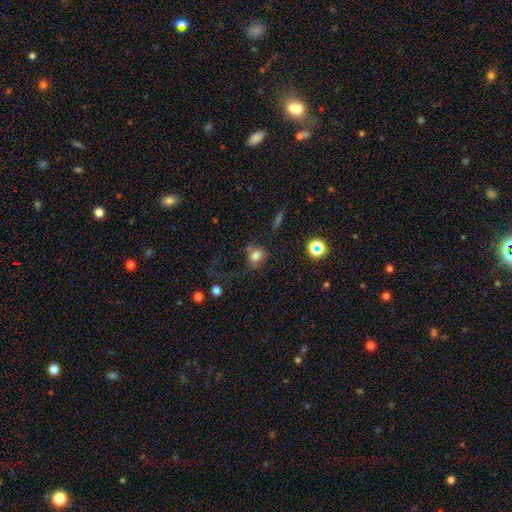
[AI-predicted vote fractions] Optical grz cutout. It shows a smooth galaxy with no disk features (75%) that is round (64%). Merging: none (51%).